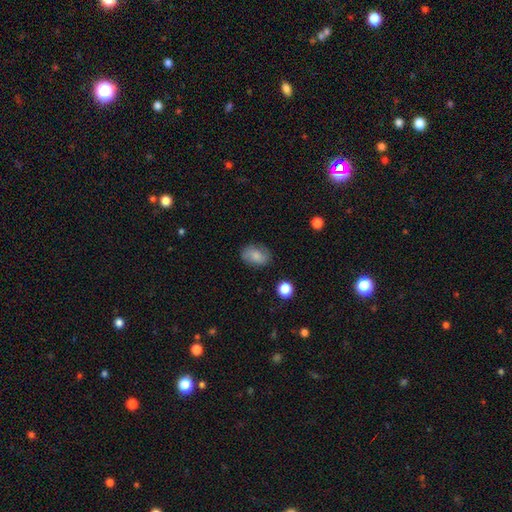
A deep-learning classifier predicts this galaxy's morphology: This is likely a smooth galaxy (78%). How rounded: likely in between (80%). Merging: likely none (79%).